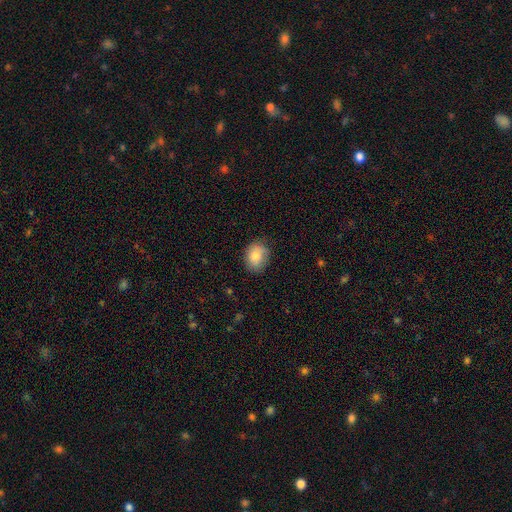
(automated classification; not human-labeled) This appears to be a smooth galaxy with no disk features (84%) that is in between round and cigar-shaped (57%). Merging: none (76%).